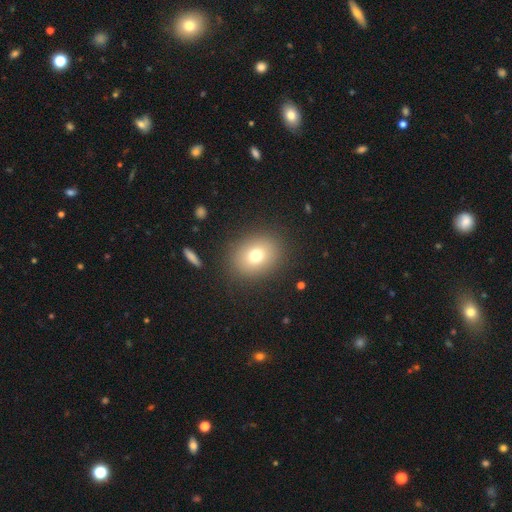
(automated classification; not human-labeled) Smooth or featured?
  - smooth: 74% *
  - star or artifact: 13%
  - featured or disk: 13%
How rounded?
  - round: 59% *
  - in between: 40%
  - cigar-shaped: 1%
Merging?
  - none: 87% *
  - minor disturbance: 8%
  - major disturbance: 4%
  - merger: 1%